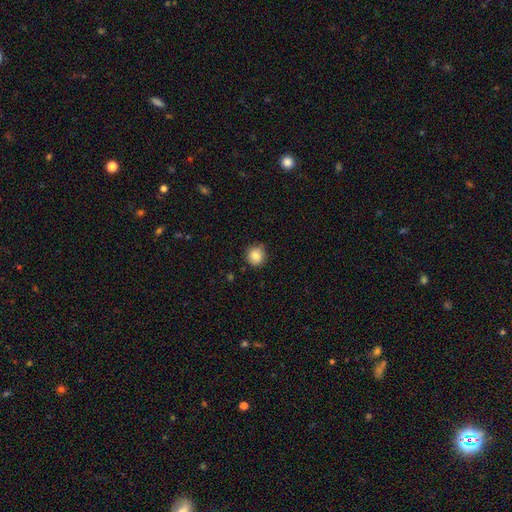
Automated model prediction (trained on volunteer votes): Overall: smooth (85%). How rounded: round (90%). Merging: none (85%).